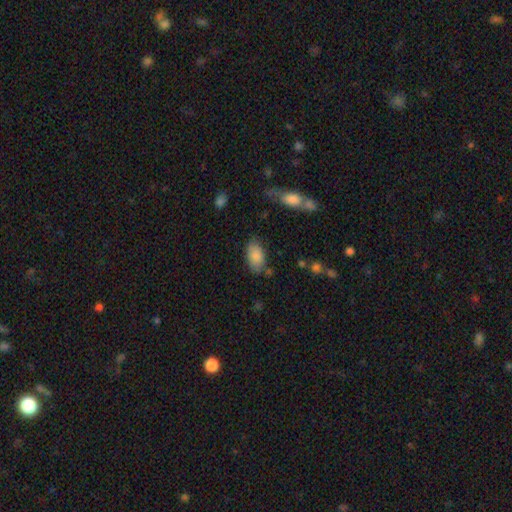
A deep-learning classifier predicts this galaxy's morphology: A smooth galaxy with no disk features (85%) that is in between round and cigar-shaped (93%). Merging: none (73%).